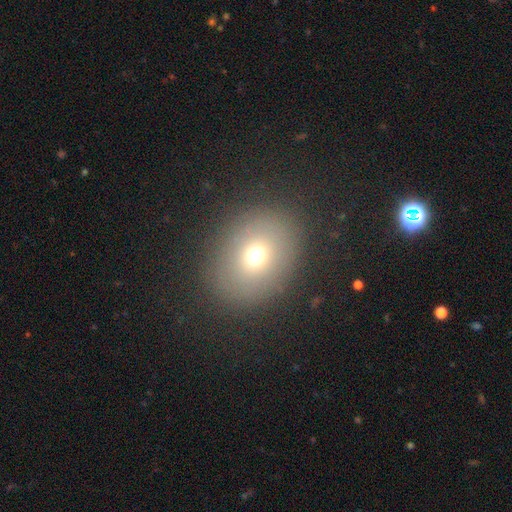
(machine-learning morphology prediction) Overall: smooth (68%). How rounded: round (51%; in between 48%). Merging: none (84%).